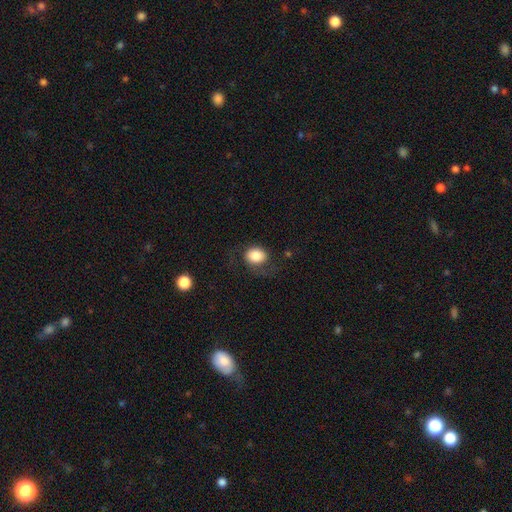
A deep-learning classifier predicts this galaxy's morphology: A smooth galaxy with no disk features (78%) that is round (53%). Merging: none (58%).